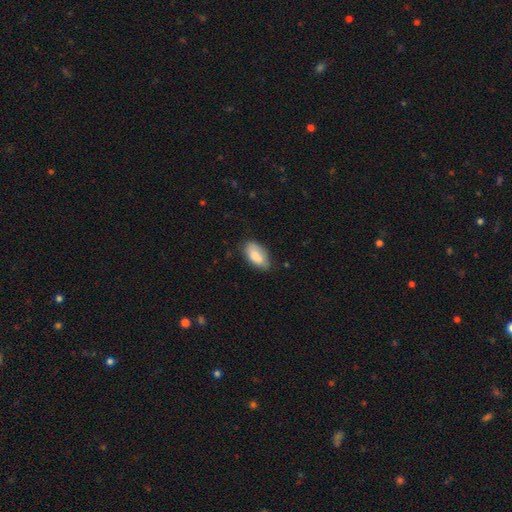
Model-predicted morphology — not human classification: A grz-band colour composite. It shows a smooth galaxy with no disk features (83%) that is in between round and cigar-shaped (94%). Merging: none (71%).